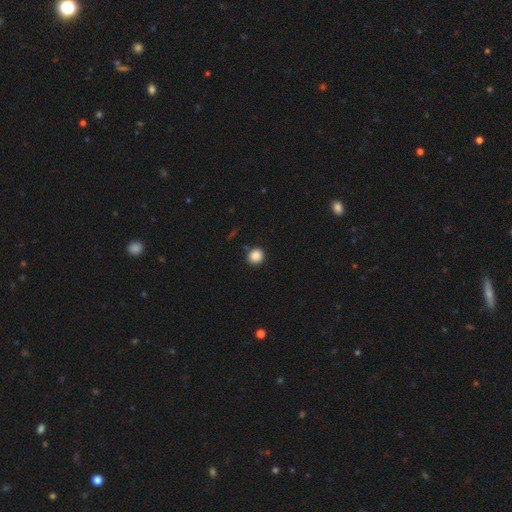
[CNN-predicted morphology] The model was most divided on "smooth or featured": smooth: 87%, star or artifact: 10%, featured or disk: 3%. More confident: how rounded — round (90%); merging — none (88%).